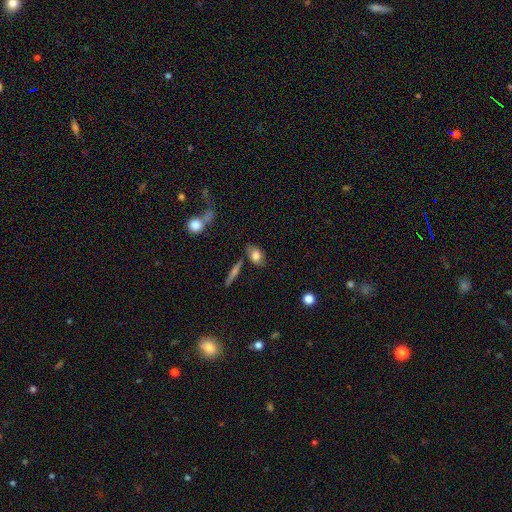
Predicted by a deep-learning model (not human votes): Smooth or featured? Predicted: smooth (p=0.74). How rounded? Predicted: in between (p=0.78). Merging? Predicted: none (p=0.67).